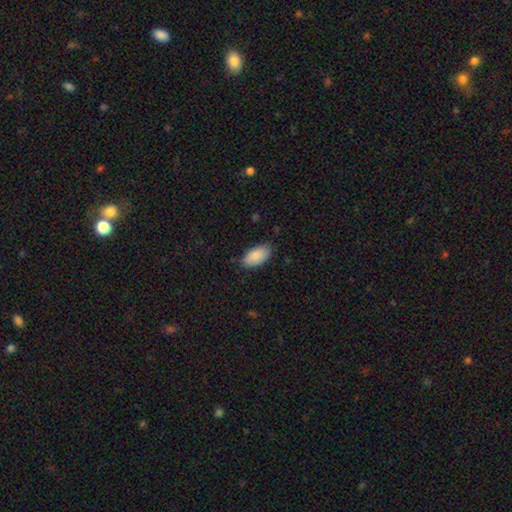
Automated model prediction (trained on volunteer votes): Smooth or featured? smooth (87%)
How rounded? in between (95%)
Merging? none (82%)